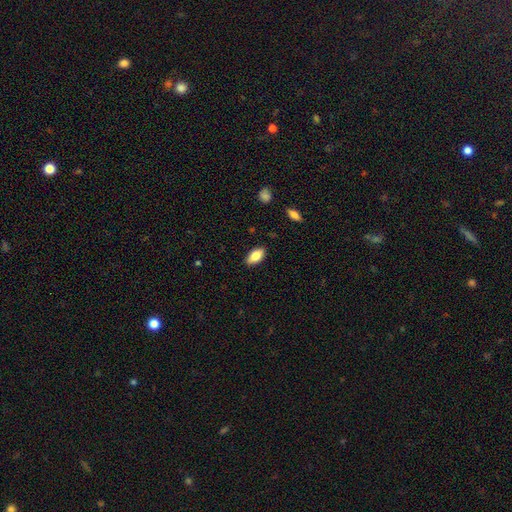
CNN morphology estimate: This is clearly a smooth galaxy (82%). How rounded: clearly in between (91%). Merging: clearly none (87%).